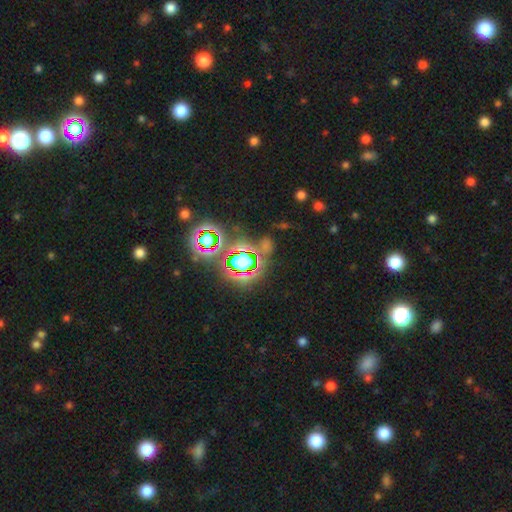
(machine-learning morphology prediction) A star or artifact, not a galaxy (77%).